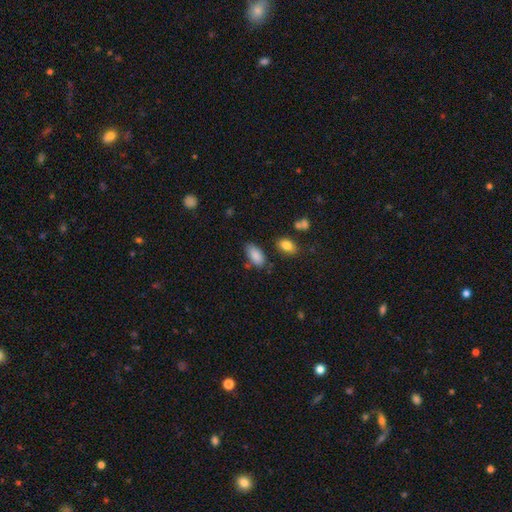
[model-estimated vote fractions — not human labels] Smooth or featured?
  - smooth: 87% *
  - star or artifact: 7%
  - featured or disk: 5%
How rounded?
  - in between: 92% *
  - cigar-shaped: 5%
  - round: 3%
Merging?
  - none: 70% *
  - minor disturbance: 20%
  - merger: 6%
  - major disturbance: 5%